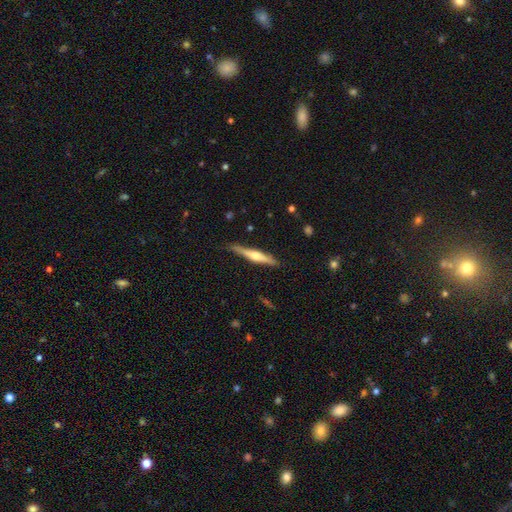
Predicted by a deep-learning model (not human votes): This is likely a featured or disk galaxy (65%). It is clearly viewed edge-on (96%). Edge-on bulge: clearly rounded (88%). Merging: clearly none (84%).